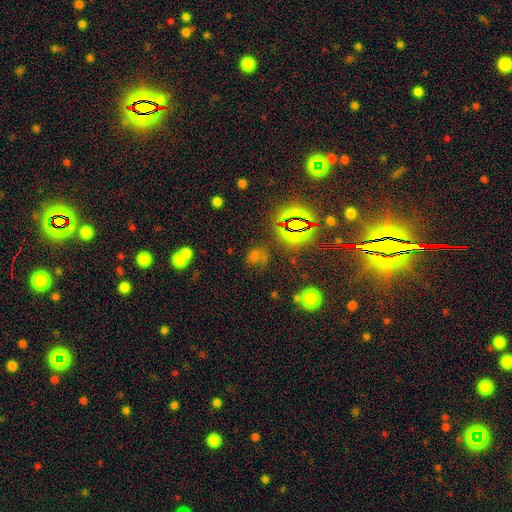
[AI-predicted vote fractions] Smooth or featured? star or artifact (56%)